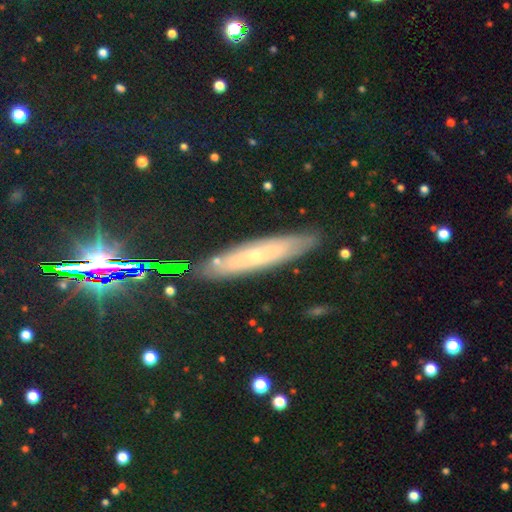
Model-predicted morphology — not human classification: A featured or disk galaxy (47%).

Vote fractions:
- Smooth or featured? featured or disk: 47% / smooth: 34% / star or artifact: 19%
- Merging? none: 86% / minor disturbance: 10% / major disturbance: 2% / merger: 2%